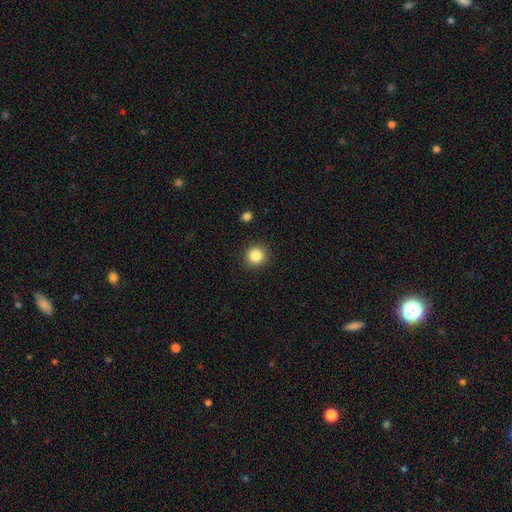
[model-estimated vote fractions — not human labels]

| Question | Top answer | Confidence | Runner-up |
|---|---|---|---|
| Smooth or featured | smooth | 85% | star or artifact (10%) |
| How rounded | round | 94% | in between (6%) |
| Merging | none | 92% | minor disturbance (5%) |